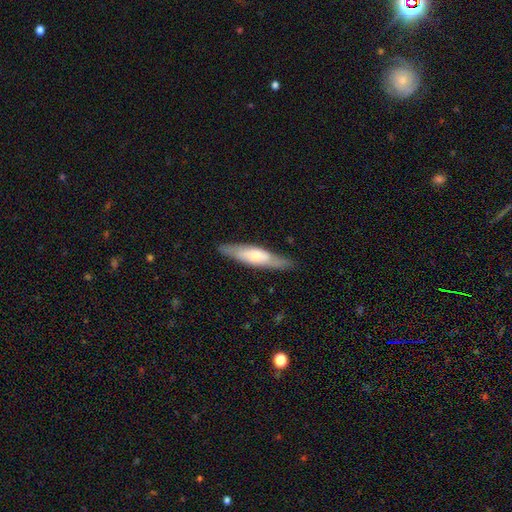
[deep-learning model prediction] Morphology: type=smooth (50%); merging=none (84%).